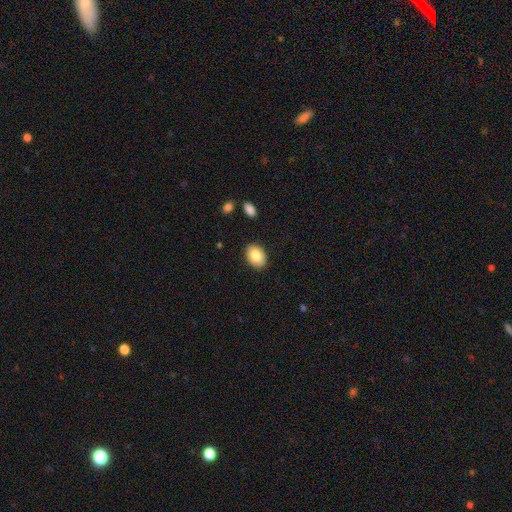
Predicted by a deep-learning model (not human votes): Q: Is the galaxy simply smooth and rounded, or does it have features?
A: smooth — 82%.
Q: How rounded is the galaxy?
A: in between — 77%.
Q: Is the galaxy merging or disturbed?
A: none — 88%.